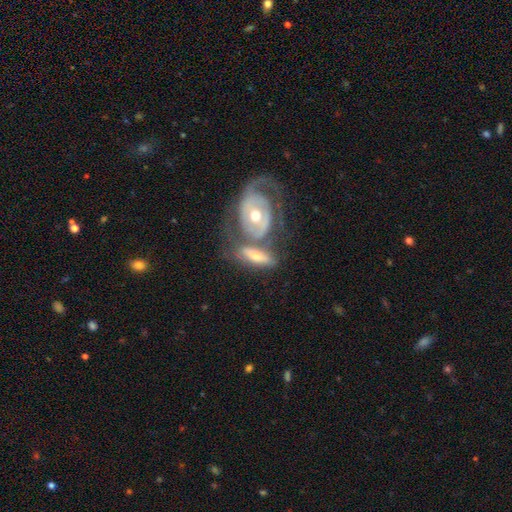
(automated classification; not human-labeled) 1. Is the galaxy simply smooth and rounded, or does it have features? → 56% featured or disk, 38% smooth, 6% star or artifact.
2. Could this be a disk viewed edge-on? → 78% no, 22% yes.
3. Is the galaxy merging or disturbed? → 43% merger, 34% none, 15% minor disturbance, 8% major disturbance.